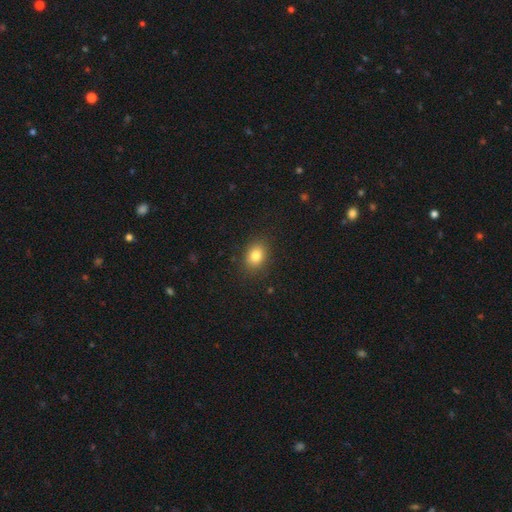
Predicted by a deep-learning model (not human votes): smooth 82%, star or artifact 11%, featured or disk 7%. Down the decision tree: how rounded — in between (60%); merging — none (86%).